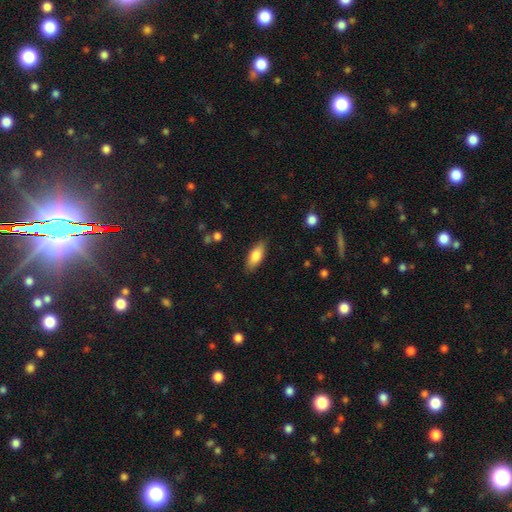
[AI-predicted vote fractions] Smooth or featured?
  - smooth: 80% *
  - featured or disk: 13%
  - star or artifact: 6%
How rounded?
  - in between: 79% *
  - cigar-shaped: 19%
  - round: 2%
Merging?
  - none: 86% *
  - minor disturbance: 11%
  - major disturbance: 2%
  - merger: 1%